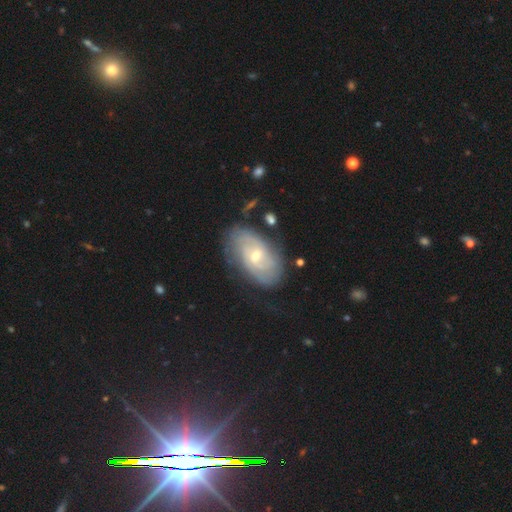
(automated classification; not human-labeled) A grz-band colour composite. It shows a featured or disk galaxy (79%) with no bar (50%), tight (62%) spiral arms (91%) and a small central bulge (57%). Merging: none (75%).